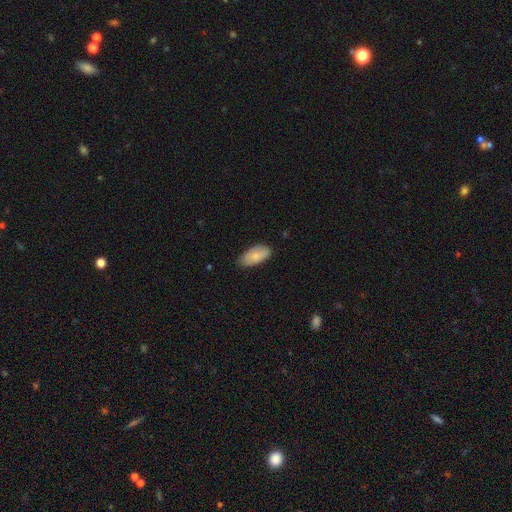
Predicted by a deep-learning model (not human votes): A smooth galaxy with no disk features (80%) that is in between round and cigar-shaped (93%). Merging: none (74%).